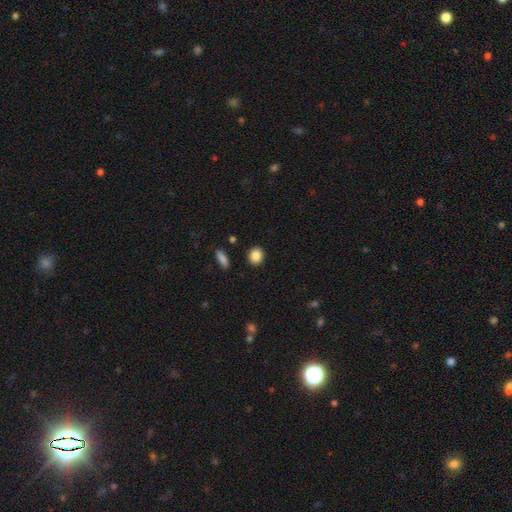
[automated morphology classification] A smooth galaxy with no disk features (87%) that is round (73%).

Vote fractions:
- Smooth or featured? smooth: 87% / star or artifact: 8% / featured or disk: 4%
- How rounded? round: 73% / in between: 26% / cigar-shaped: 1%
- Merging? none: 90% / minor disturbance: 6% / merger: 2% / major disturbance: 2%